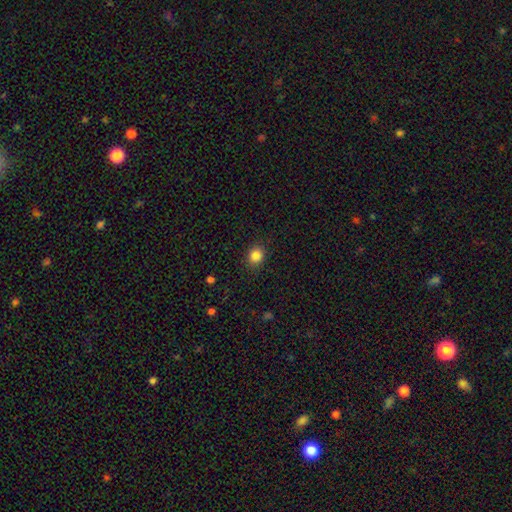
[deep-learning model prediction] smooth 85%, star or artifact 11%, featured or disk 4%. Down the decision tree: how rounded — round (73%); merging — none (89%).